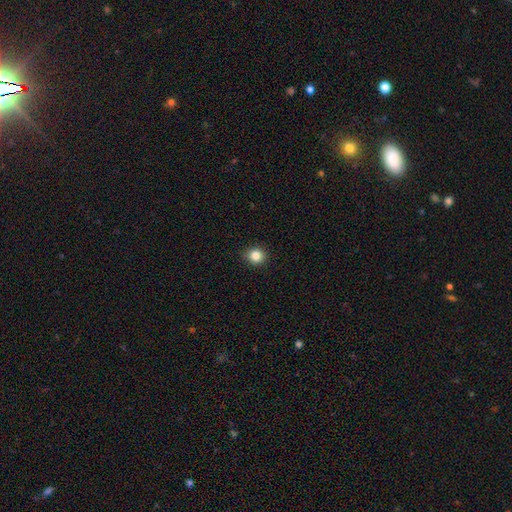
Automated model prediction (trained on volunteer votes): Overall: smooth (84%). How rounded: round (84%). Merging: none (90%).